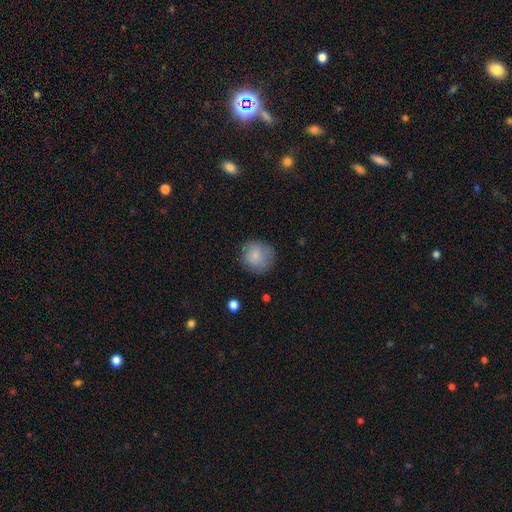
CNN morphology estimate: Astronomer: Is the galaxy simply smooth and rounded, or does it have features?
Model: smooth — 83%.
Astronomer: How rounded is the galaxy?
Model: round — 88%.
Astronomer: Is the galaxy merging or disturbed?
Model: none — 77%.